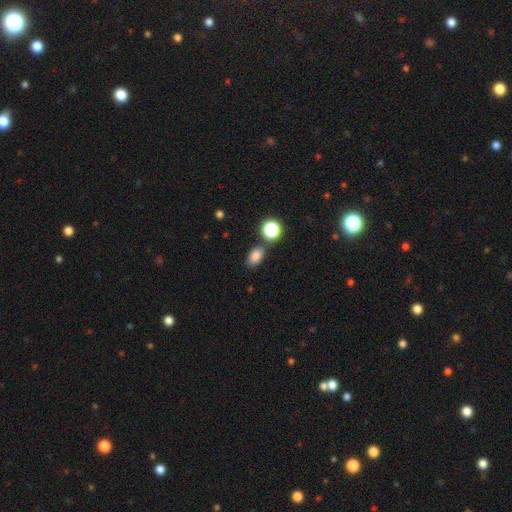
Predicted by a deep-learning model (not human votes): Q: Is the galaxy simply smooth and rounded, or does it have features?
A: smooth — 80%.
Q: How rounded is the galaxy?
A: in between — 81%.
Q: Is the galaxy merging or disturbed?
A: none — 74%.